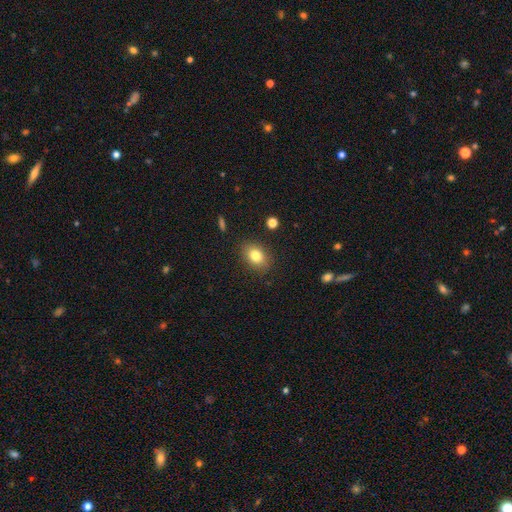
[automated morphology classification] type=smooth (80%); roundness=in between (69%); merging=none (85%).